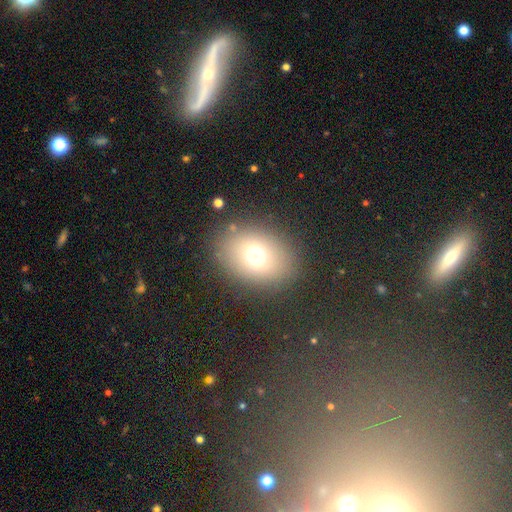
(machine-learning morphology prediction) smooth_or_featured: smooth (p=0.70) [alt: star or artifact p=0.17]
how_rounded: in between (p=0.57) [alt: round p=0.42]
merging: none (p=0.83) [alt: minor disturbance p=0.10]